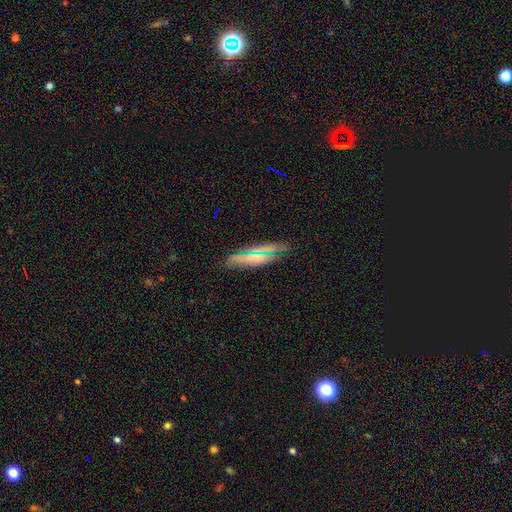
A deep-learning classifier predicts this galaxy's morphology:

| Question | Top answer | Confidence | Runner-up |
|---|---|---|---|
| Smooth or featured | smooth | 59% | featured or disk (26%) |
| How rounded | cigar-shaped | 48% | in between (47%) |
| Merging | none | 84% | minor disturbance (12%) |